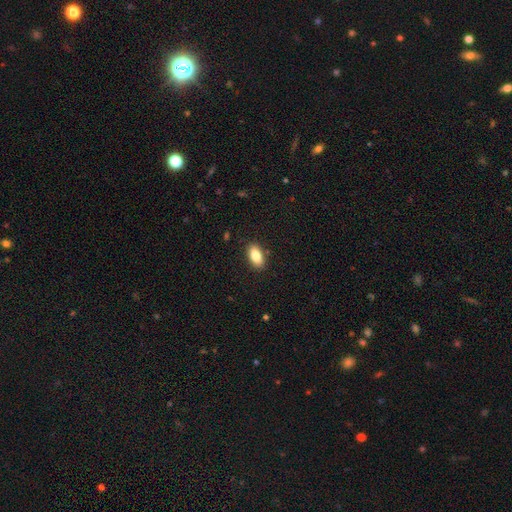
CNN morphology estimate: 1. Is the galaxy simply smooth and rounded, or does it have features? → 84% smooth, 8% featured or disk, 7% star or artifact.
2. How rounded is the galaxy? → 91% in between, 5% cigar-shaped, 4% round.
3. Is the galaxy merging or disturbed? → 88% none, 9% minor disturbance, 2% major disturbance, 1% merger.